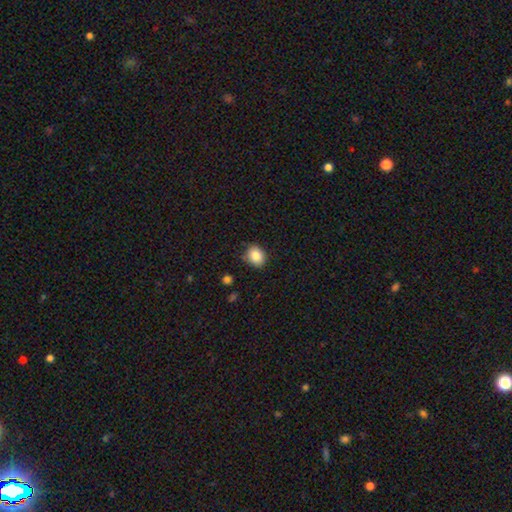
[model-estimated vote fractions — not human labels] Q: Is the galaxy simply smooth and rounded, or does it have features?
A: smooth — 85%.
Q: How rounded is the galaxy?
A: round — 55%.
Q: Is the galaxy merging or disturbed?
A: none — 83%.